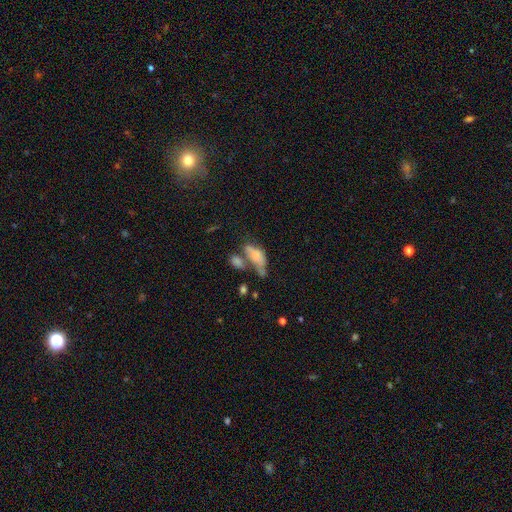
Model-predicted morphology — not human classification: A smooth galaxy with no disk features (63%) that is in between round and cigar-shaped (82%).

Vote fractions:
- Smooth or featured? smooth: 63% / featured or disk: 27% / star or artifact: 10%
- How rounded? in between: 82% / cigar-shaped: 12% / round: 5%
- Merging? merger: 40% / major disturbance: 21% / none: 20% / minor disturbance: 18%